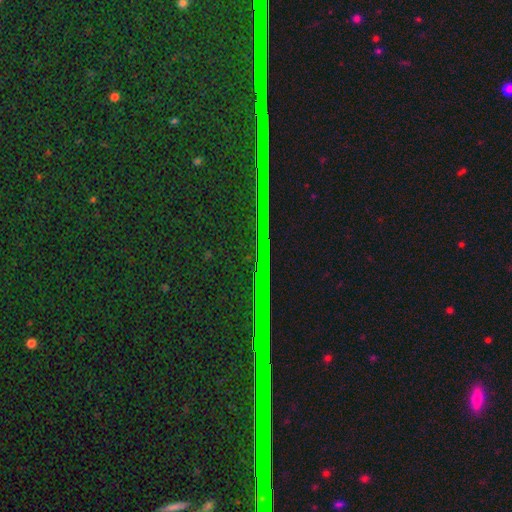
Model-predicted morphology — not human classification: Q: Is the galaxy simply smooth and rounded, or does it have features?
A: star or artifact — 87%.